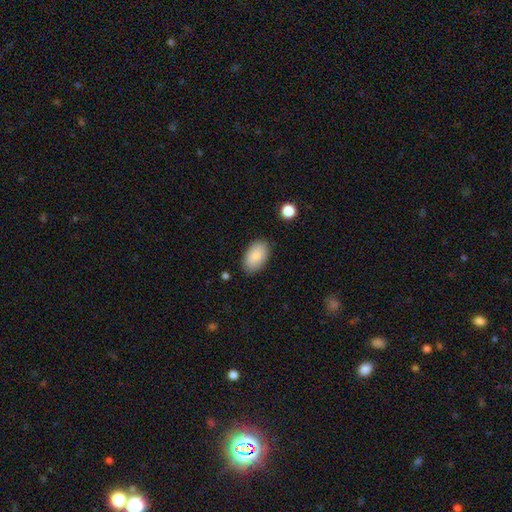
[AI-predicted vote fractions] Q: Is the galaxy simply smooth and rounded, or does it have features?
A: smooth — 86%.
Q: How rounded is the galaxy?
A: in between — 94%.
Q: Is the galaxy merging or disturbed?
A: none — 85%.